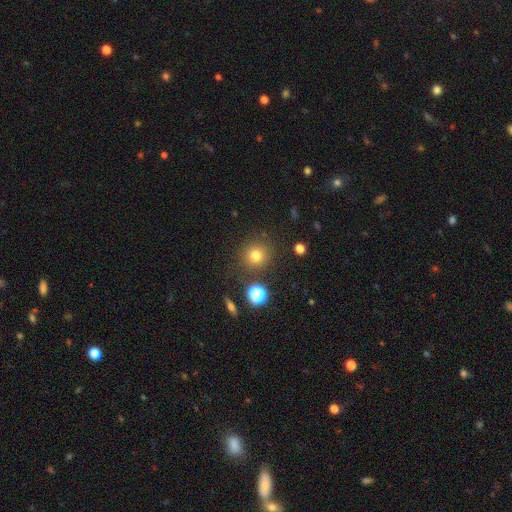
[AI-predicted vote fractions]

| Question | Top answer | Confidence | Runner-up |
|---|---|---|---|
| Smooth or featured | smooth | 77% | star or artifact (16%) |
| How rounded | round | 90% | in between (9%) |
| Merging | none | 84% | minor disturbance (8%) |